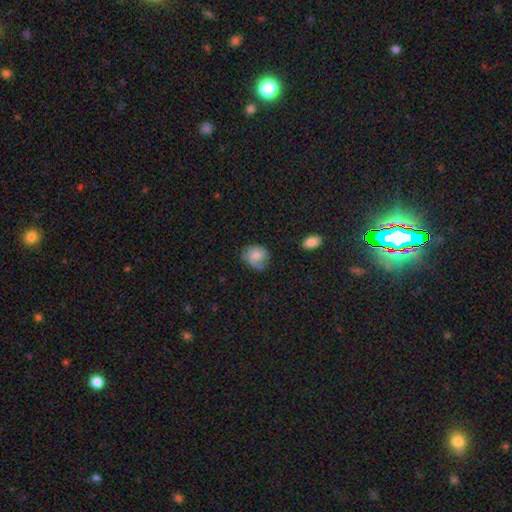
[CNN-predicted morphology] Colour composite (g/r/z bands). It shows a smooth galaxy with no disk features (69%) that is round (63%). Merging: none (55%).